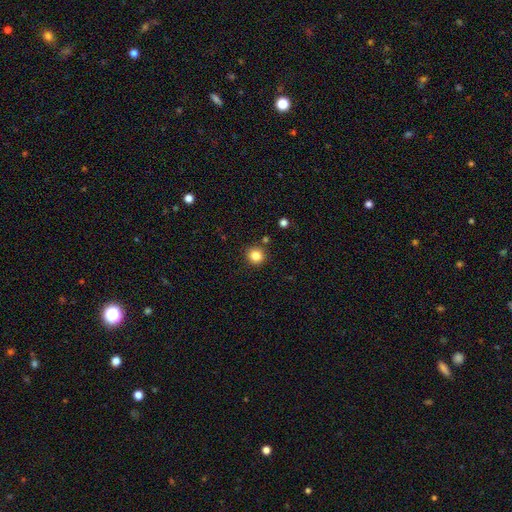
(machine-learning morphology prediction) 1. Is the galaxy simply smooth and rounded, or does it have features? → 84% smooth, 11% star or artifact, 5% featured or disk.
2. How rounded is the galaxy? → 92% round, 7% in between, 1% cigar-shaped.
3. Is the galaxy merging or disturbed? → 88% none, 7% minor disturbance, 3% merger, 2% major disturbance.